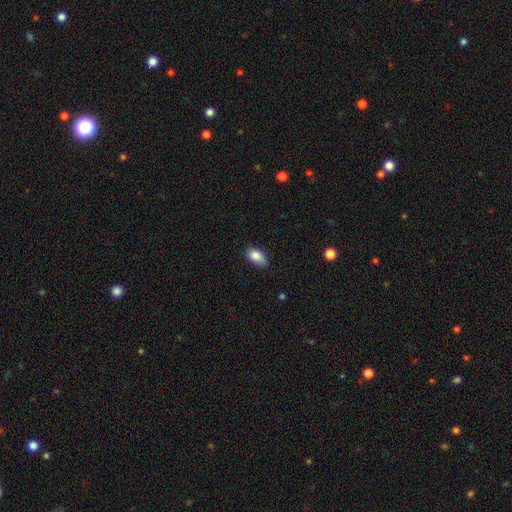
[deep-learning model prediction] smooth_or_featured: smooth (p=0.85) [alt: star or artifact p=0.08]
how_rounded: in between (p=0.91) [alt: round p=0.05]
merging: none (p=0.70) [alt: minor disturbance p=0.25]